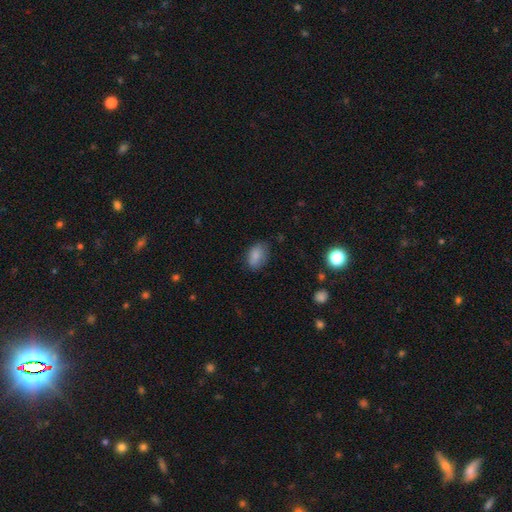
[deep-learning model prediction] Overall: smooth (86%). How rounded: in between (87%). Merging: none (75%).